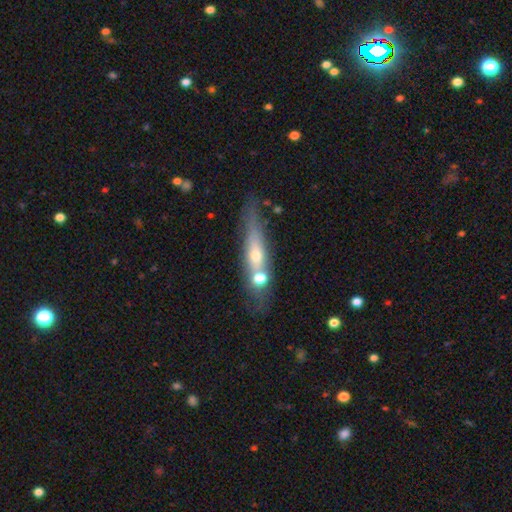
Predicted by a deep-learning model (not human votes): This appears to be a featured or disk galaxy (53%) viewed edge-on (77%). Merging: none (64%).